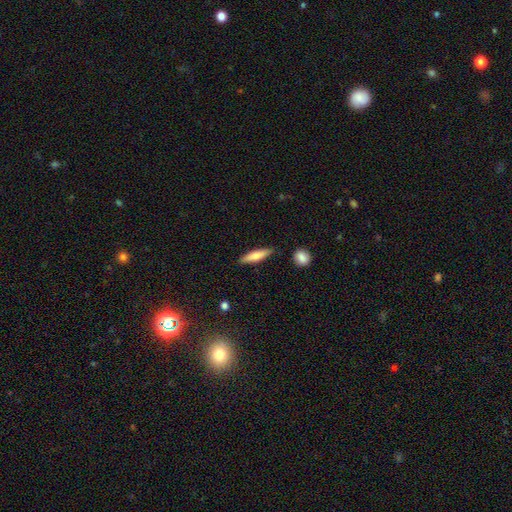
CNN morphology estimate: Smooth or featured? smooth (74%)
How rounded? cigar-shaped (75%)
Merging? none (85%)